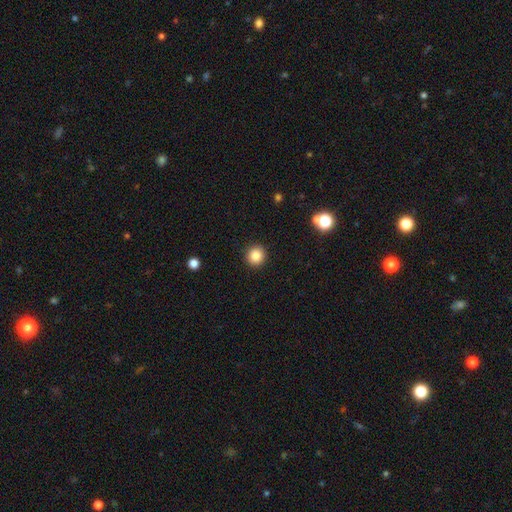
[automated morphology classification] Overall: smooth (85%). How rounded: round (93%). Merging: none (93%).